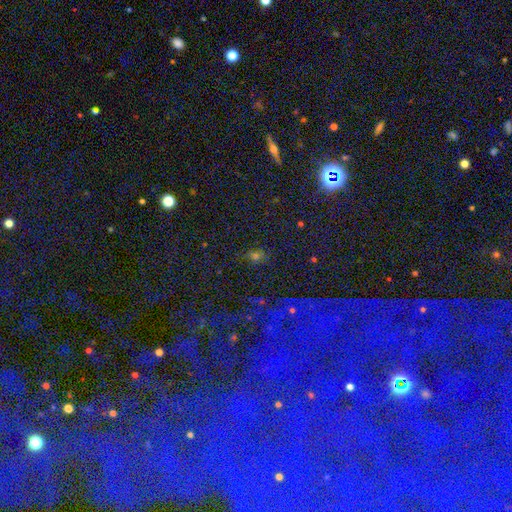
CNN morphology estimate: Smooth or featured?
  - star or artifact: 45% *
  - smooth: 44%
  - featured or disk: 11%